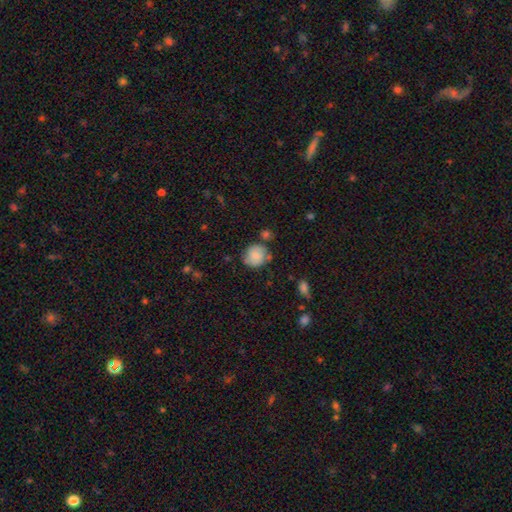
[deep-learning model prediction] A smooth galaxy with no disk features (80%) that is round (82%).

Vote fractions:
- Smooth or featured? smooth: 80% / featured or disk: 12% / star or artifact: 8%
- How rounded? round: 82% / in between: 17% / cigar-shaped: 1%
- Merging? none: 67% / minor disturbance: 21% / merger: 7% / major disturbance: 5%